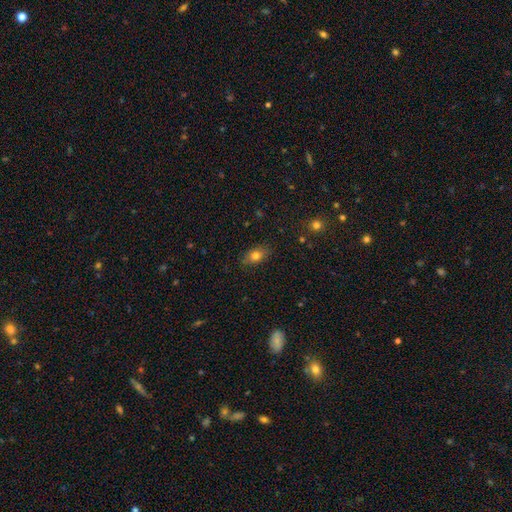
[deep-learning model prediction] This appears to be a smooth galaxy with no disk features (76%) that is in between round and cigar-shaped (80%). Merging: none (83%).